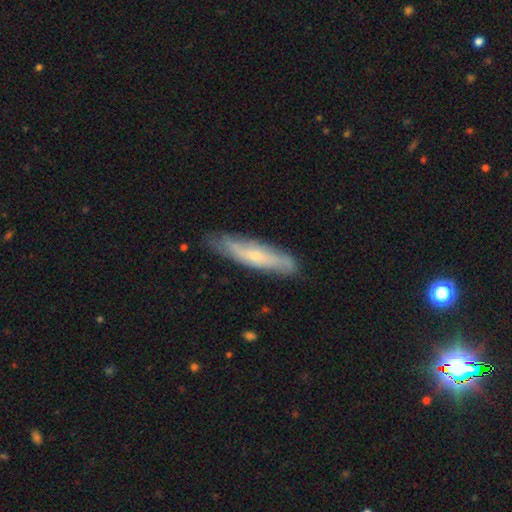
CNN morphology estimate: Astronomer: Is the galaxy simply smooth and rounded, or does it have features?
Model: featured or disk — 53% (runner-up: smooth, 41%).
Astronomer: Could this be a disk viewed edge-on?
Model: yes — 50%, tied with no at 50%.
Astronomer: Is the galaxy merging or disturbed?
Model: none — 76%.